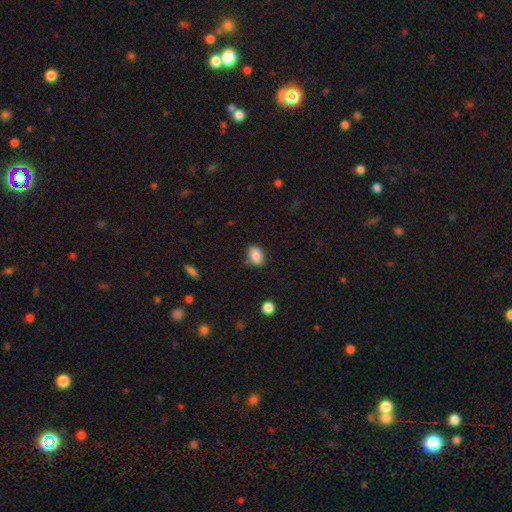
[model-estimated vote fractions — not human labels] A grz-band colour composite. It shows a smooth galaxy with no disk features (86%) that is in between round and cigar-shaped (79%). Merging: none (77%).